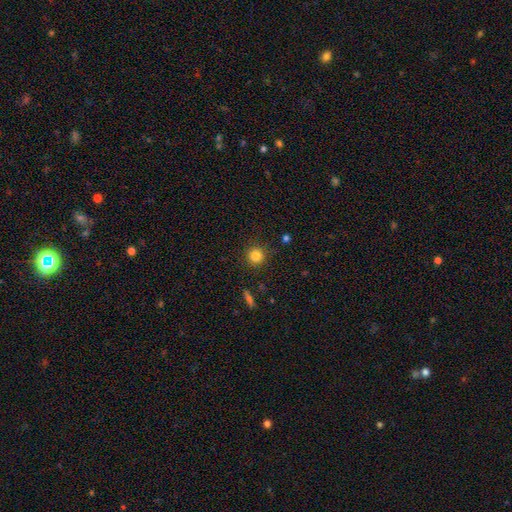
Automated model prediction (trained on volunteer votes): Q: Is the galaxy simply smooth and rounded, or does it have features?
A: smooth — 83%.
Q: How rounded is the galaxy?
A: round — 94%.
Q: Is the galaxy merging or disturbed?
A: none — 90%.